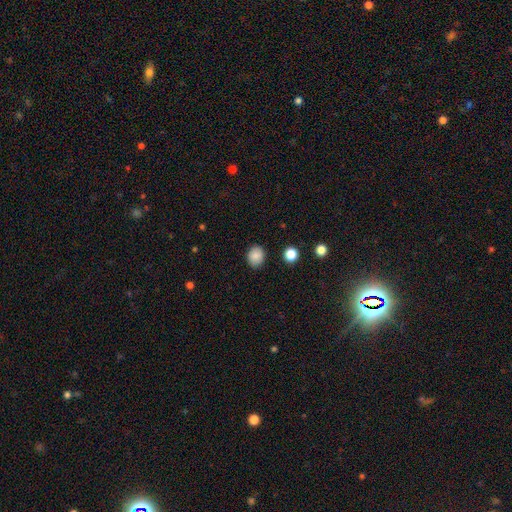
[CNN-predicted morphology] A smooth galaxy with no disk features (86%) that is round (62%).

Vote fractions:
- Smooth or featured? smooth: 86% / star or artifact: 9% / featured or disk: 5%
- How rounded? round: 62% / in between: 37% / cigar-shaped: 1%
- Merging? none: 87% / minor disturbance: 10% / major disturbance: 2% / merger: 1%